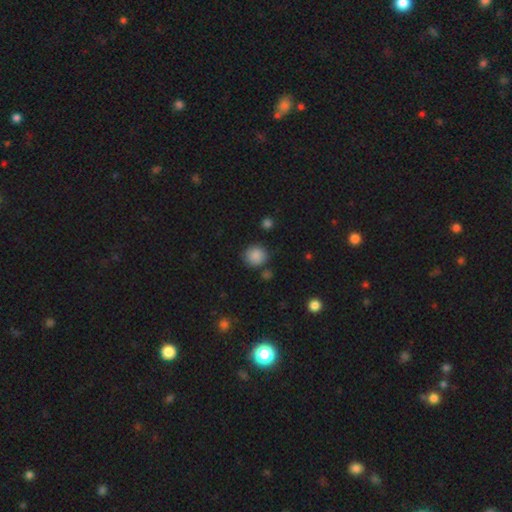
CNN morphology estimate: Q: Smooth or featured?
A: smooth (87%); runner-up: star or artifact (9%)
Q: How rounded?
A: round (86%); runner-up: in between (13%)
Q: Merging?
A: none (81%); runner-up: minor disturbance (11%)